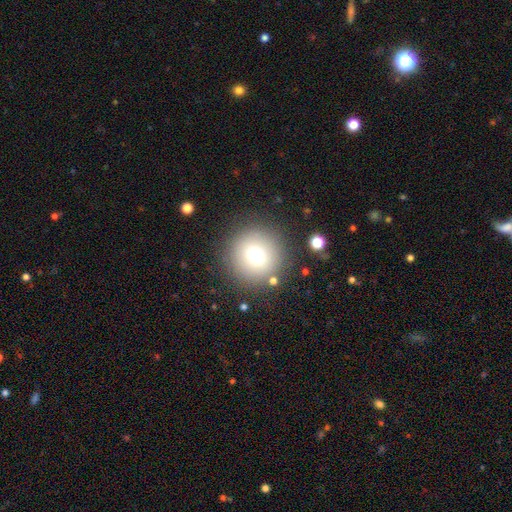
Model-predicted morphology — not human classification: Smooth or featured?
  - smooth: 73% *
  - star or artifact: 14%
  - featured or disk: 13%
How rounded?
  - round: 95% *
  - in between: 4%
  - cigar-shaped: 1%
Merging?
  - none: 86% *
  - minor disturbance: 8%
  - major disturbance: 4%
  - merger: 3%